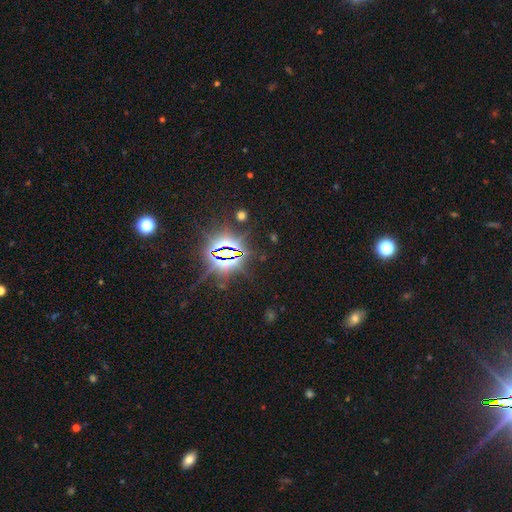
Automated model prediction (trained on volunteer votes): Smooth or featured: star or artifact — 82% (smooth — 10%)